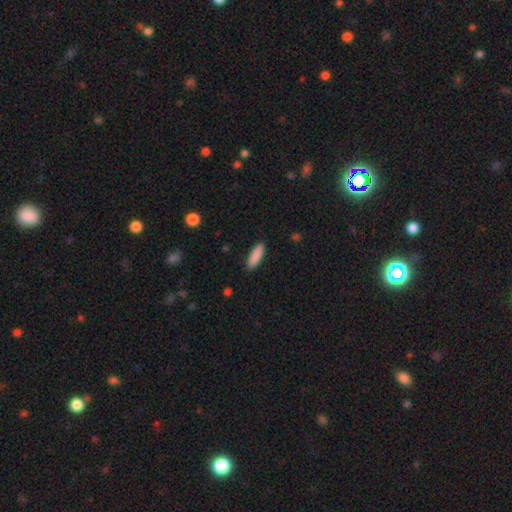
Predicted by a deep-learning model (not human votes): Smooth or featured? Predicted: smooth (p=0.89). How rounded? Predicted: cigar-shaped (p=0.55). Merging? Predicted: none (p=0.89).